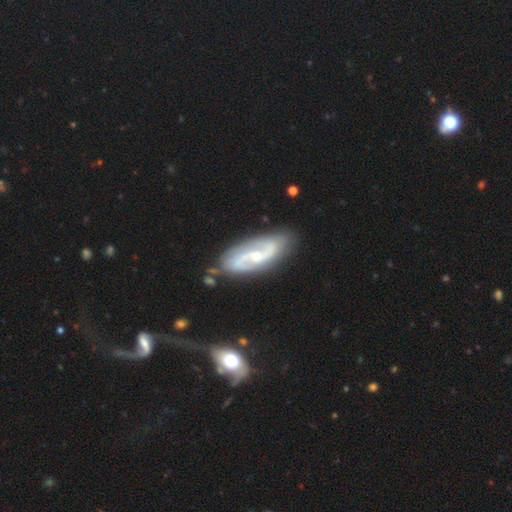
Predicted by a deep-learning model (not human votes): smooth_or_featured: featured or disk (p=0.85) [alt: smooth p=0.10]
disk_edge_on: no (p=0.94) [alt: yes p=0.06]
bar: weak (p=0.45) [alt: no p=0.40]
has_spiral_arms: yes (p=0.95) [alt: no p=0.05]
spiral_winding: medium (p=0.44) [alt: loose p=0.35]
spiral_arm_count: 2 (p=0.88) [alt: can't tell p=0.06]
bulge_size: small (p=0.52) [alt: moderate p=0.43]
merging: none (p=0.77) [alt: minor disturbance p=0.15]